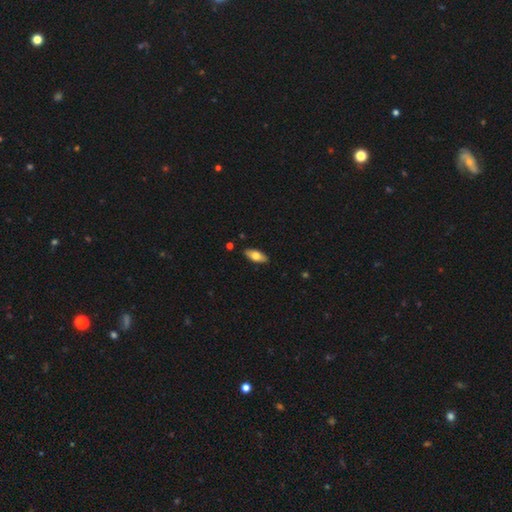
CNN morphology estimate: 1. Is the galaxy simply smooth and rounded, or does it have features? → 68% smooth, 26% featured or disk, 6% star or artifact.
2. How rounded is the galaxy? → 81% in between, 17% cigar-shaped, 2% round.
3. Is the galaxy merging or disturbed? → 87% none, 9% minor disturbance, 2% major disturbance, 2% merger.